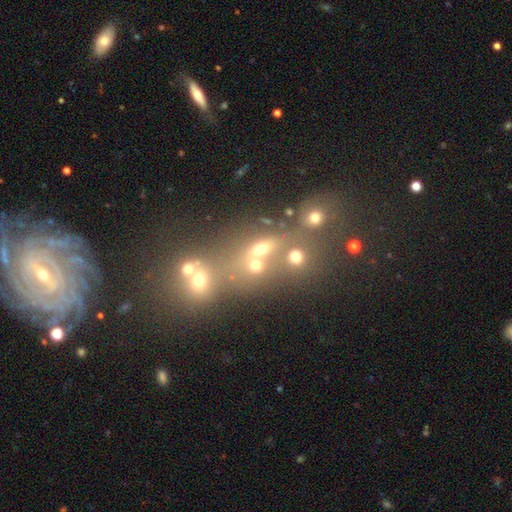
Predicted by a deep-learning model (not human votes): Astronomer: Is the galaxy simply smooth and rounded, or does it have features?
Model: star or artifact — 42% (runner-up: smooth, 36%).